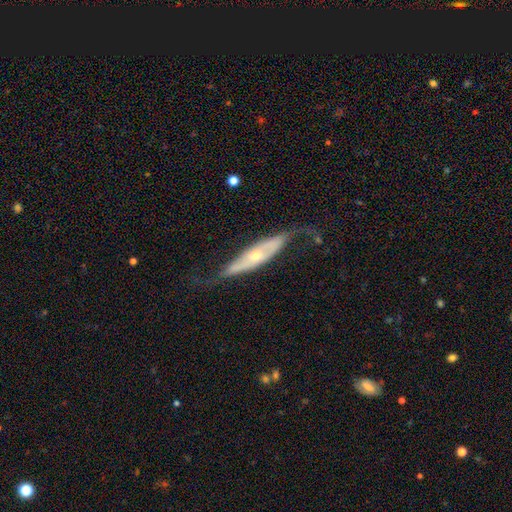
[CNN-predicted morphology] Overall: featured or disk (77%). Edge-on disk: yes (50%, tied with no). Merging: none (62%).